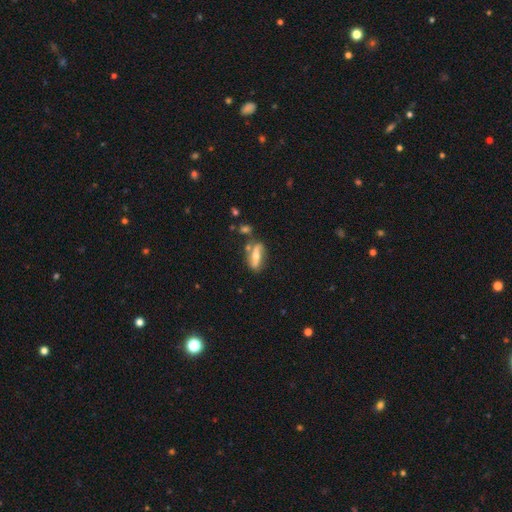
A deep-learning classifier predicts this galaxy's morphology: A featured or disk galaxy (63%).

Vote fractions:
- Smooth or featured? featured or disk: 63% / smooth: 30% / star or artifact: 7%
- Edge-on disk? no: 74% / yes: 26%
- Merging? none: 64% / minor disturbance: 19% / merger: 10% / major disturbance: 7%